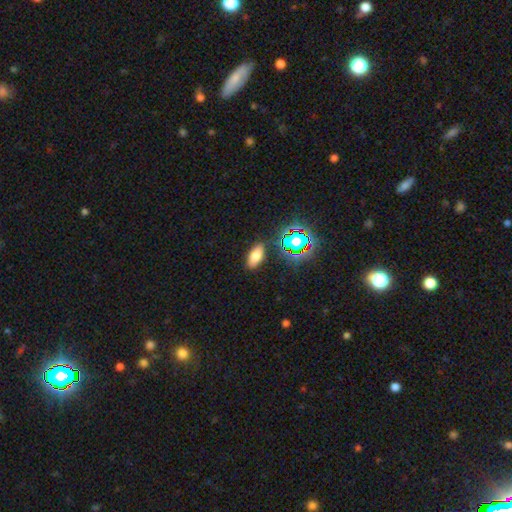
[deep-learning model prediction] Smooth or featured? Predicted: smooth (p=0.71). How rounded? Predicted: in between (p=0.85). Merging? Predicted: none (p=0.85).